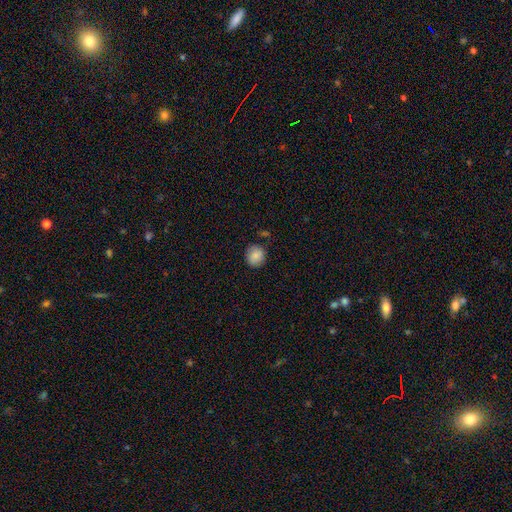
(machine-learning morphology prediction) Smooth or featured: smooth — 87% (star or artifact — 8%)
How rounded: round — 82% (in between — 17%)
Merging: none — 82% (minor disturbance — 13%)